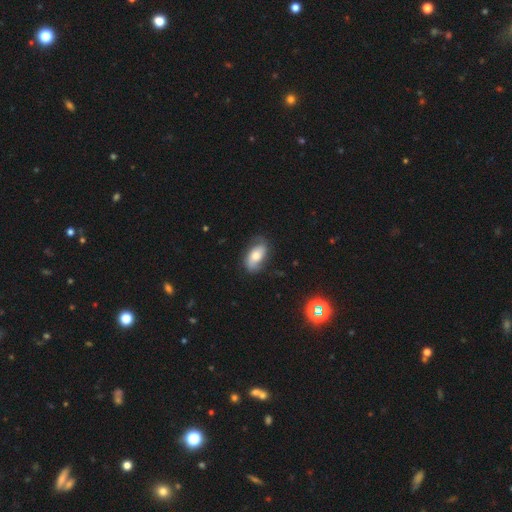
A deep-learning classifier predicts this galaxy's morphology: type=smooth (47%); merging=none (68%).